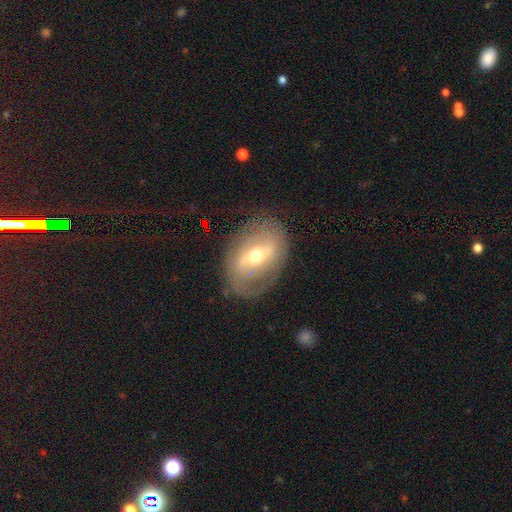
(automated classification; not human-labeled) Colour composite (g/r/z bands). It shows a featured or disk galaxy (69%) with a strong bar (48%), spiral arms (51%) and a moderate central bulge (68%). Merging: none (77%).